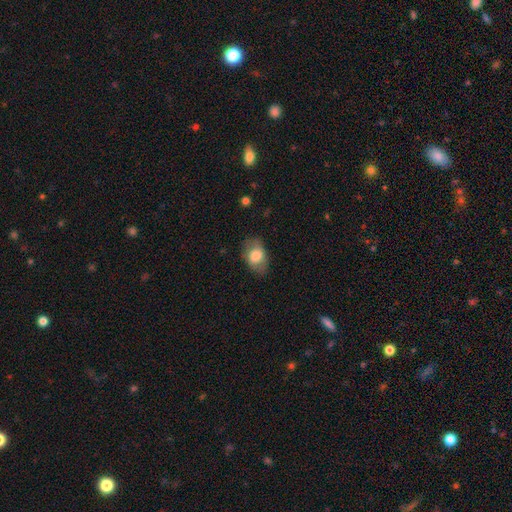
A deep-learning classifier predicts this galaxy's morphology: type=smooth (75%); roundness=in between (85%); merging=none (75%).